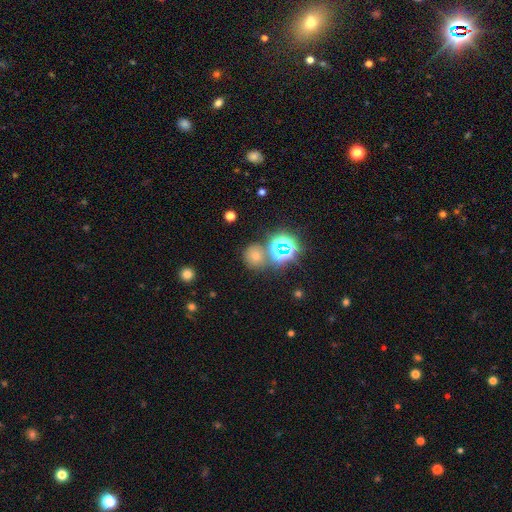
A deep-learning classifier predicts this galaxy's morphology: type=smooth (59%); roundness=round (86%); merging=none (73%).